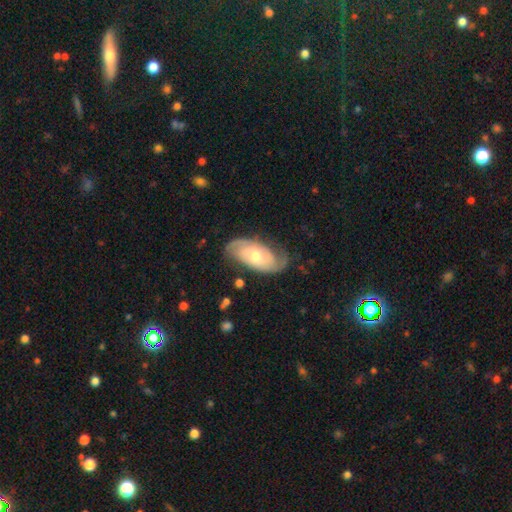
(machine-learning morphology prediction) This appears to be a featured or disk galaxy (77%) with no bar (62%), 2 (71%) tight (50%) spiral arms (93%) and a moderate central bulge (60%). Merging: none (68%).